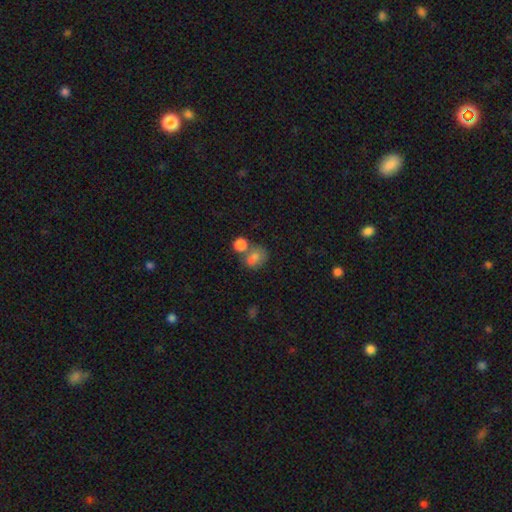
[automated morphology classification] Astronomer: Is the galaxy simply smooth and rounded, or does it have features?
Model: smooth — 75%.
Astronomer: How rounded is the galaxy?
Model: in between — 53% (runner-up: round, 46%).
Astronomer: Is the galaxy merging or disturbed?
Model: merger — 46% (runner-up: none, 34%).